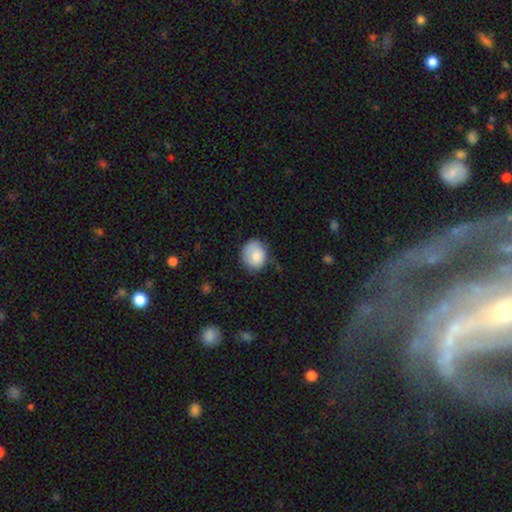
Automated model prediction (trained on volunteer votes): Smooth or featured: smooth — 80% (featured or disk — 12%)
How rounded: round — 66% (in between — 34%)
Merging: none — 68% (minor disturbance — 25%)